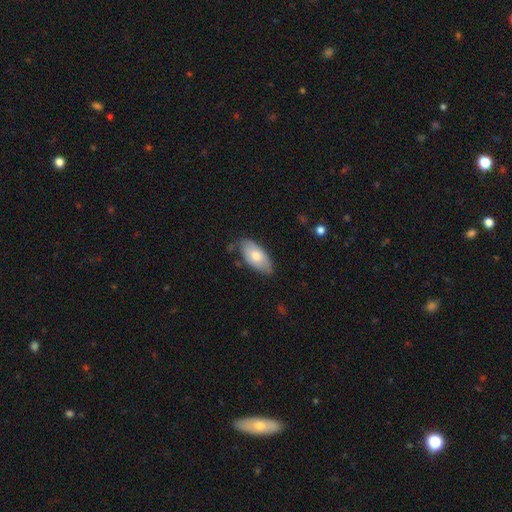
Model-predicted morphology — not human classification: Q: Smooth or featured?
A: smooth (70%); runner-up: featured or disk (24%)
Q: How rounded?
A: in between (93%); runner-up: cigar-shaped (4%)
Q: Merging?
A: none (70%); runner-up: minor disturbance (24%)